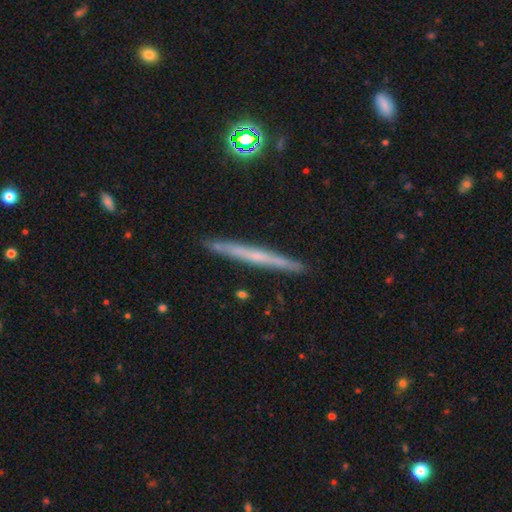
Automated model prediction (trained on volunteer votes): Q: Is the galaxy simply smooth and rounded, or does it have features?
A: featured or disk — 56%.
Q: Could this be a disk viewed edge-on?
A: yes — 97%.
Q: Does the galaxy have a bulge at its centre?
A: none — 78%.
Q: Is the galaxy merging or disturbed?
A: none — 91%.